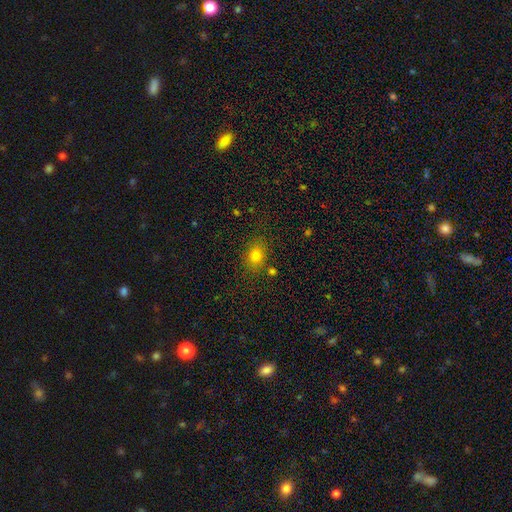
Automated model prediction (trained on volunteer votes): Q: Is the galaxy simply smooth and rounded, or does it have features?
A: smooth — 78%.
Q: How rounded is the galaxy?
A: in between — 58%.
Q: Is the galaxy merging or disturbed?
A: none — 79%.